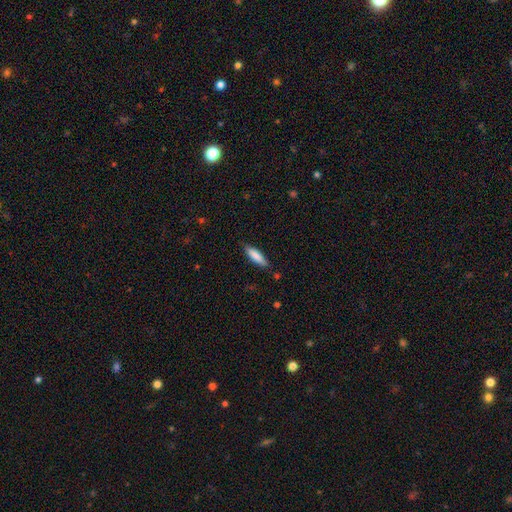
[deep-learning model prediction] Morphology: type=smooth (82%); roundness=cigar-shaped (58%); merging=none (81%).